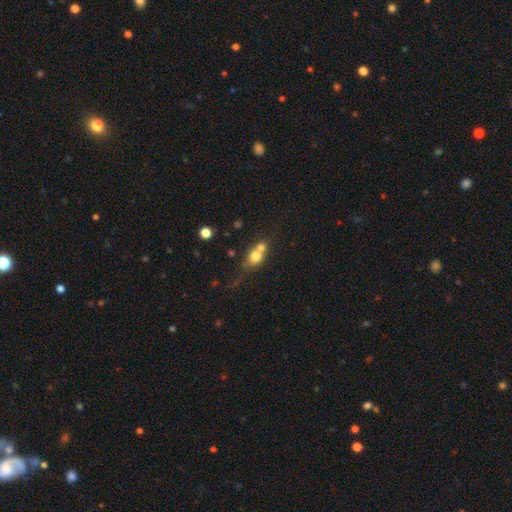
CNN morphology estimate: Smooth or featured?
  - smooth: 71% *
  - featured or disk: 19%
  - star or artifact: 10%
How rounded?
  - round: 65% *
  - in between: 33%
  - cigar-shaped: 3%
Merging?
  - merger: 60% *
  - none: 27%
  - minor disturbance: 8%
  - major disturbance: 5%